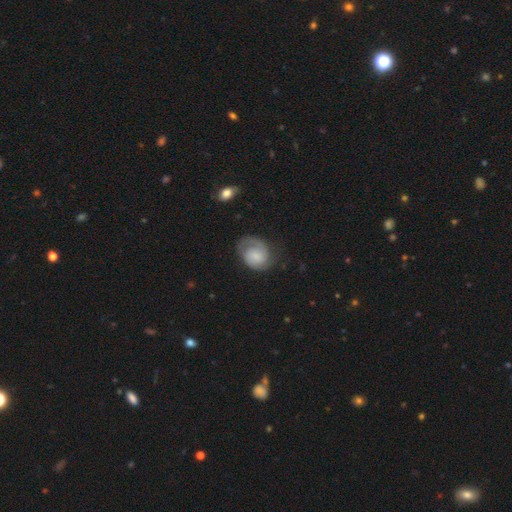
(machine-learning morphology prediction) smooth_or_featured: featured or disk (p=0.58) [alt: smooth p=0.35]
disk_edge_on: no (p=0.98) [alt: yes p=0.02]
bar: no (p=0.65) [alt: weak p=0.31]
has_spiral_arms: yes (p=0.90) [alt: no p=0.10]
spiral_winding: tight (p=0.48) [alt: medium p=0.36]
spiral_arm_count: 2 (p=0.48) [alt: 1 p=0.34]
bulge_size: small (p=0.41) [alt: none p=0.26]
merging: none (p=0.57) [alt: minor disturbance p=0.24]